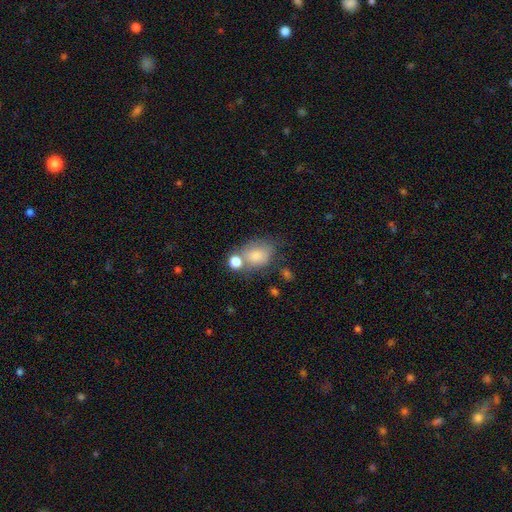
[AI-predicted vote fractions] smooth-or-featured: smooth: 73% | featured or disk: 14% | star or artifact: 13%
  how-rounded: in between: 60% | round: 39% | cigar-shaped: 1%
  merging: none: 49% | minor disturbance: 21% | merger: 20% | major disturbance: 10%